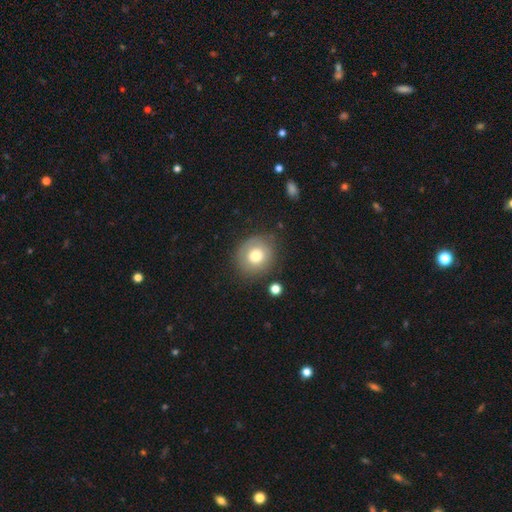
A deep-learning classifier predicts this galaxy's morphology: A smooth galaxy with no disk features (71%) that is round (84%).

Vote fractions:
- Smooth or featured? smooth: 71% / featured or disk: 20% / star or artifact: 9%
- How rounded? round: 84% / in between: 15% / cigar-shaped: 1%
- Merging? none: 76% / minor disturbance: 15% / major disturbance: 6% / merger: 3%